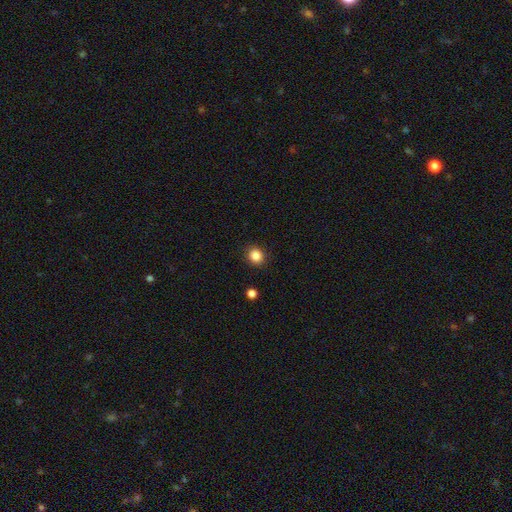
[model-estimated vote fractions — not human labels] Q: Smooth or featured?
A: smooth (86%); runner-up: star or artifact (11%)
Q: How rounded?
A: round (77%); runner-up: in between (22%)
Q: Merging?
A: none (89%); runner-up: minor disturbance (7%)